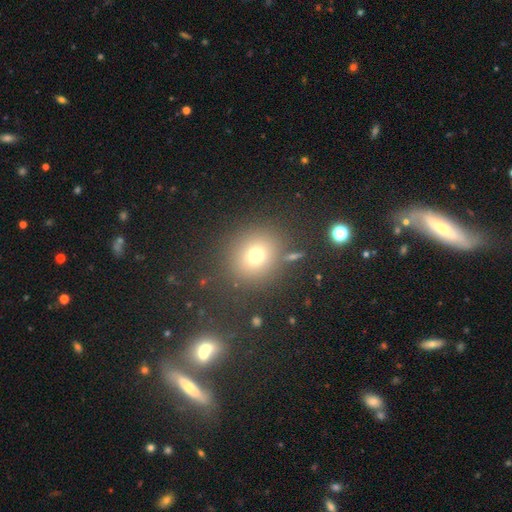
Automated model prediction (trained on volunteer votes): smooth-or-featured: smooth: 71% | star or artifact: 18% | featured or disk: 10%
  how-rounded: round: 85% | in between: 14% | cigar-shaped: 1%
  merging: none: 81% | minor disturbance: 9% | merger: 5% | major disturbance: 5%